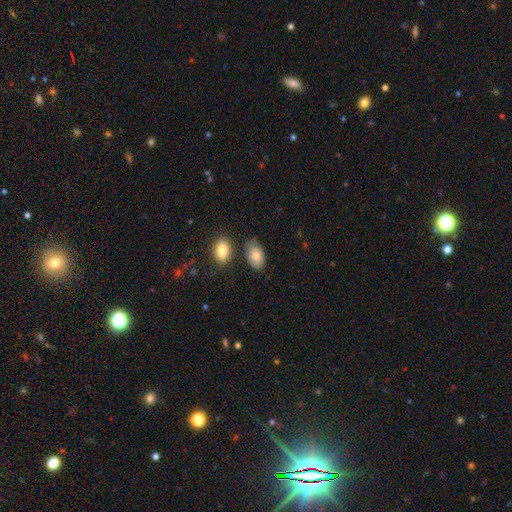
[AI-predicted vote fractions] A smooth galaxy with no disk features (85%) that is in between round and cigar-shaped (94%). Merging: none (73%).